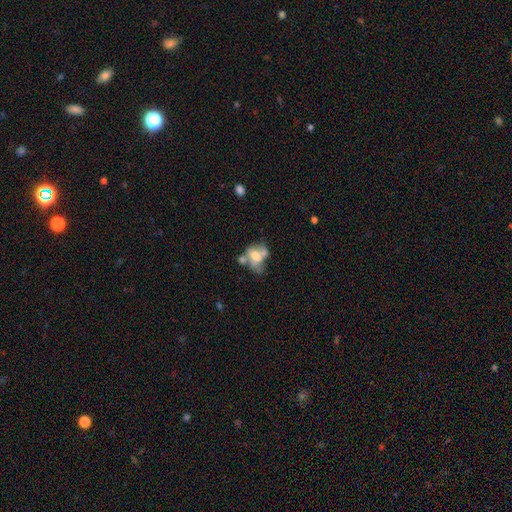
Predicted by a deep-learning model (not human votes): Morphology: type=smooth (46%); merging=merger (39%).